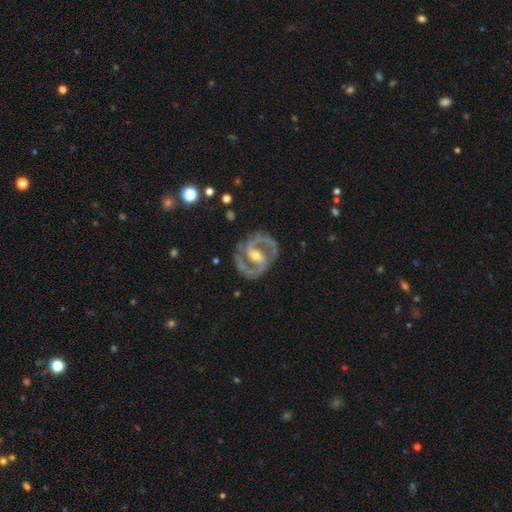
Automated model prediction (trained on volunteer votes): Smooth or featured: featured or disk — 93% (star or artifact — 4%)
Edge-on disk: no — 98% (yes — 2%)
Bar: strong — 39% (weak — 38%)
Spiral arms: yes — 98% (no — 2%)
Spiral winding: medium — 63% (tight — 28%)
Spiral arm count: 2 — 92% (3 — 3%)
Bulge size: moderate — 56% (small — 40%)
Merging: none — 80% (minor disturbance — 14%)